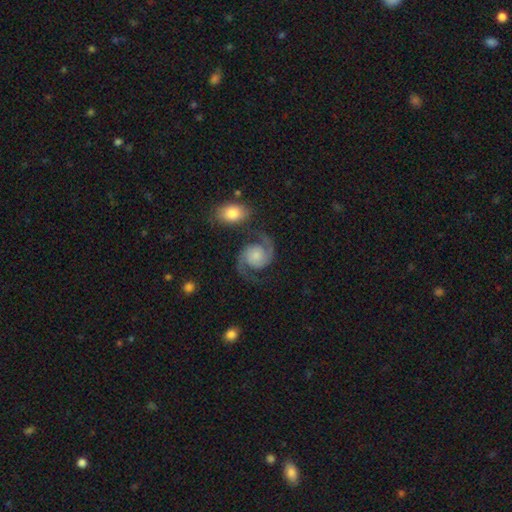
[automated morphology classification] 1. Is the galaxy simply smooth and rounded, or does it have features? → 90% featured or disk, 5% smooth, 5% star or artifact.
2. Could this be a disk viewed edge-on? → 98% no, 2% yes.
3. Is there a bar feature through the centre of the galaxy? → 74% no, 21% weak, 5% strong.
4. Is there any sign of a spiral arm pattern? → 98% yes, 2% no.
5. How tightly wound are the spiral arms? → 56% medium, 26% loose, 18% tight.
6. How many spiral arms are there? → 94% 2, 1% can't tell, 1% 1, 1% 3, 1% 4, 1% more than 4.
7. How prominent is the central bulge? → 38% small, 29% moderate, 17% none, 12% large, 4% dominant.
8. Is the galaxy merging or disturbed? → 70% none, 15% minor disturbance, 8% merger, 8% major disturbance.